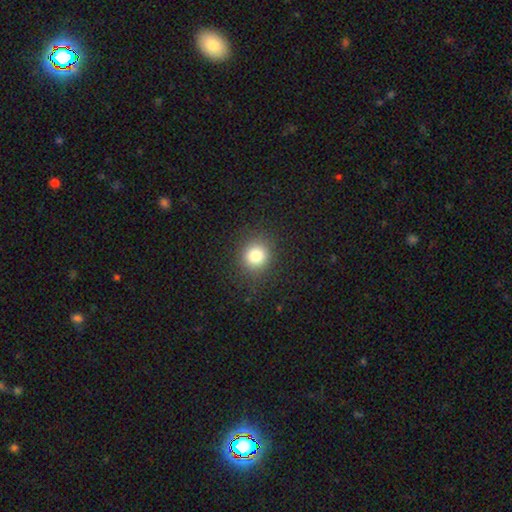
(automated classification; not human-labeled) A smooth galaxy with no disk features (82%) that is round (85%). Merging: none (88%).